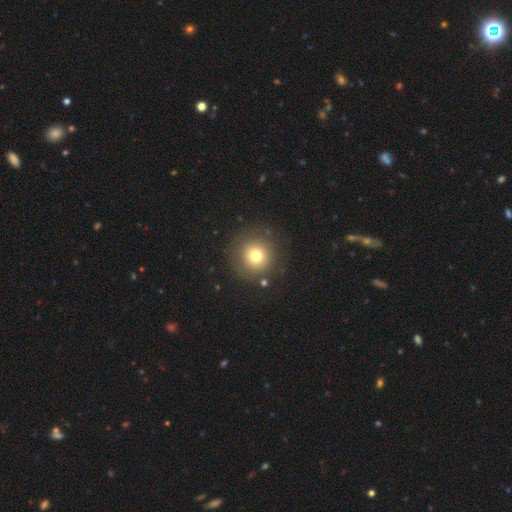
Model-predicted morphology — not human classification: This appears to be a smooth galaxy with no disk features (74%) that is round (95%). Merging: none (86%).